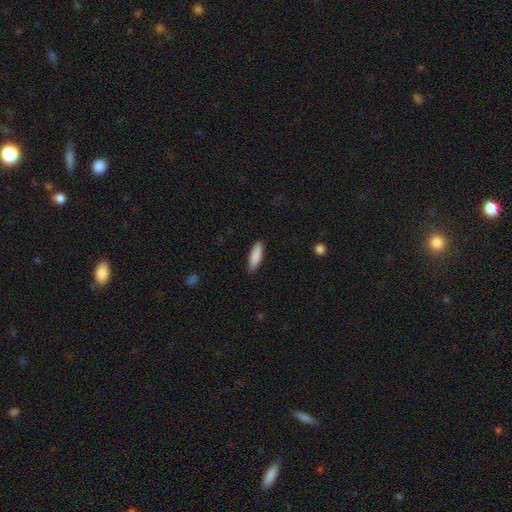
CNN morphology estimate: Smooth or featured? Predicted: smooth (p=0.88). How rounded? Predicted: cigar-shaped (p=0.55). Merging? Predicted: none (p=0.83).